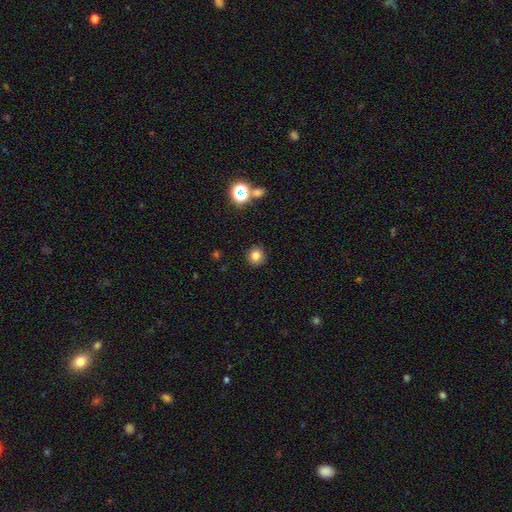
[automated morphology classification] This appears to be a smooth galaxy with no disk features (80%) that is round (92%). Merging: none (91%).